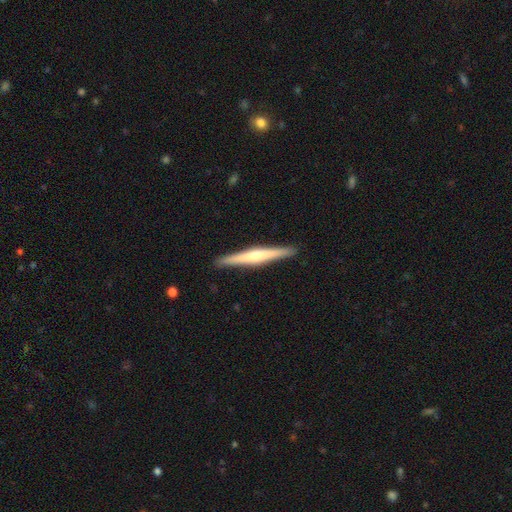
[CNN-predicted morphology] Smooth or featured: featured or disk — 61% (smooth — 34%)
Edge-on disk: yes — 98% (no — 2%)
Edge-on bulge: rounded — 61% (none — 27%)
Merging: none — 92% (minor disturbance — 6%)